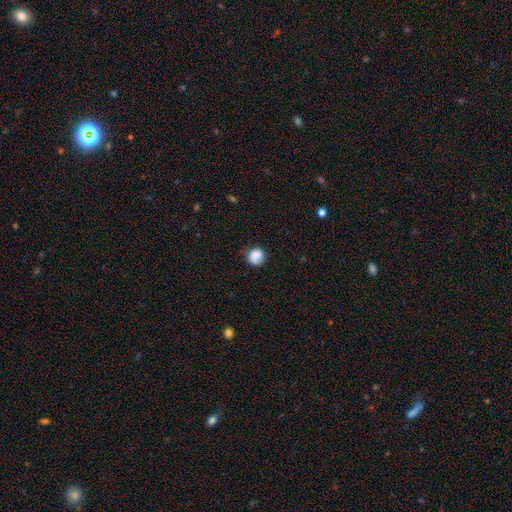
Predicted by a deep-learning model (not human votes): A smooth galaxy with no disk features (81%) that is round (84%). Merging: none (65%).